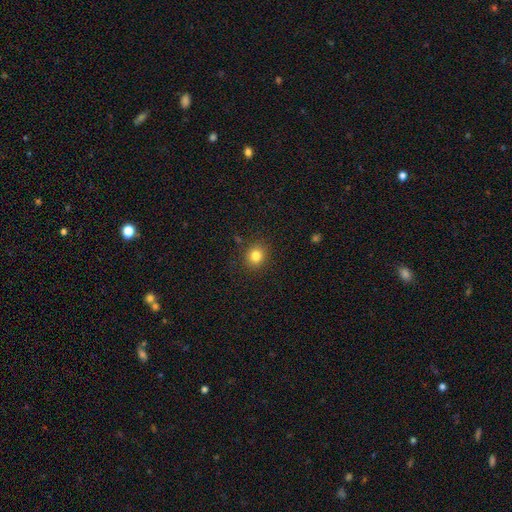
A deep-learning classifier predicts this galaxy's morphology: Overall: smooth (82%). How rounded: round (75%). Merging: none (88%).